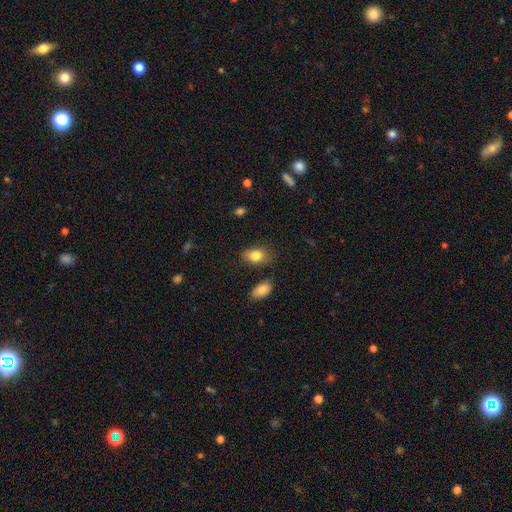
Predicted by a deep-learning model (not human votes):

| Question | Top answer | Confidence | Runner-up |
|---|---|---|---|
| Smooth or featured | smooth | 84% | featured or disk (8%) |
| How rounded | in between | 82% | round (17%) |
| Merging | none | 71% | minor disturbance (20%) |